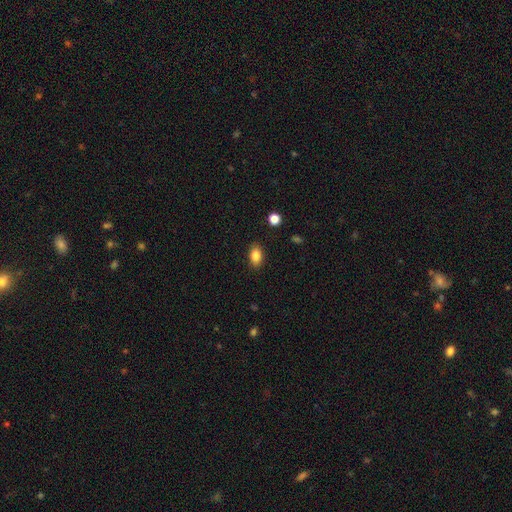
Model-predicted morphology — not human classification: A smooth galaxy with no disk features (85%) that is in between round and cigar-shaped (86%). Merging: none (88%).